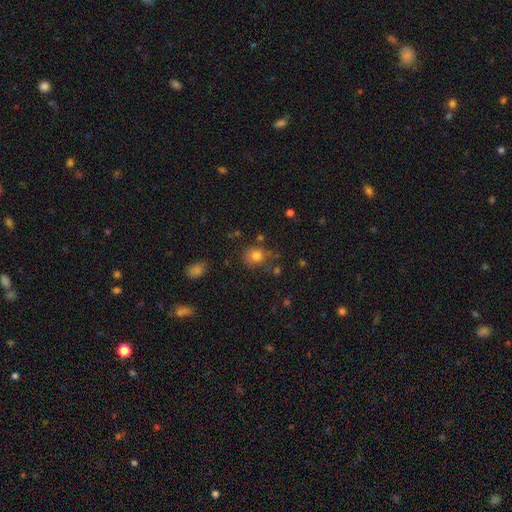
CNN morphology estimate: The model was most divided on "merging": none: 61%, minor disturbance: 23%, major disturbance: 9%, merger: 7%. More confident: smooth or featured — smooth (78%); how rounded — round (76%).